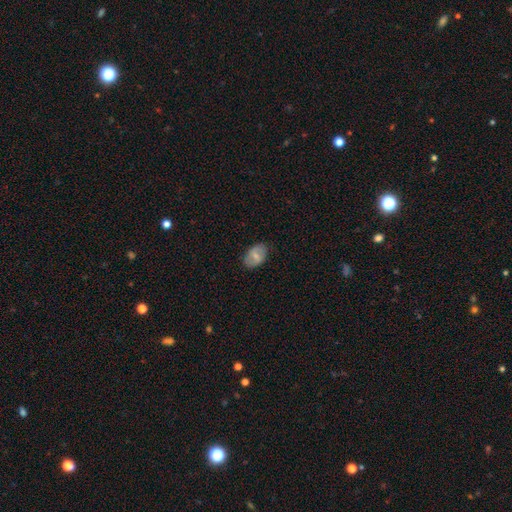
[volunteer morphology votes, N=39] smooth-or-featured: featured or disk: 49% | smooth: 44% | star or artifact: 8%
  disk-edge-on: no: 79% | yes: 21%
    bar: weak: 47% | strong: 27% | no: 27%
    has-spiral-arms: no: 67% | yes: 33%
    bulge-size: small: 53% | moderate: 47% | dominant: 0% | large: 0% | none: 0%
  merging: none: 97% | major disturbance: 3% | minor disturbance: 0% | merger: 0%